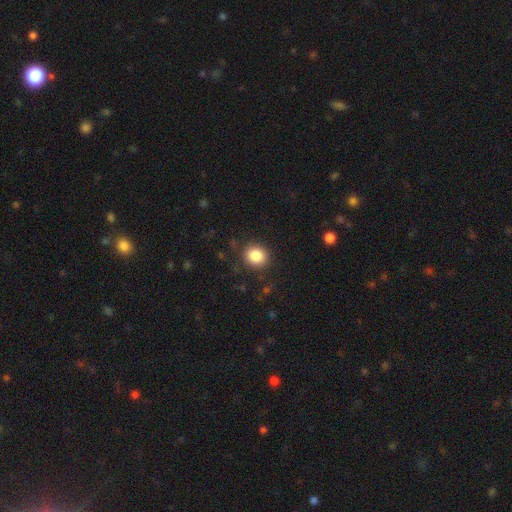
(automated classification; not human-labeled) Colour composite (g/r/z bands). It shows a smooth galaxy with no disk features (86%) that is round (80%). Merging: none (87%).